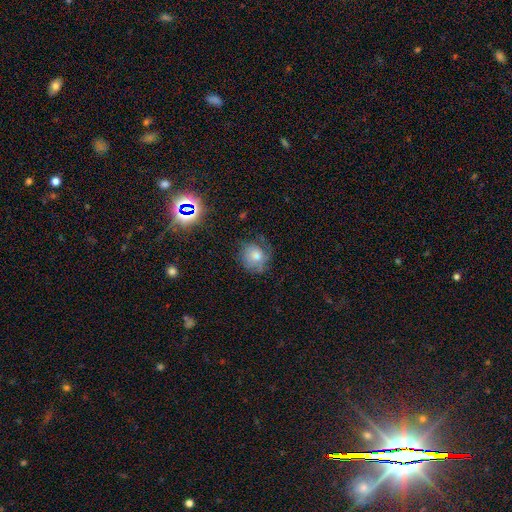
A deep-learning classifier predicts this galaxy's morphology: Smooth or featured?
  - smooth: 51% *
  - featured or disk: 34%
  - star or artifact: 15%
How rounded?
  - round: 83% *
  - in between: 16%
  - cigar-shaped: 1%
Merging?
  - none: 62% *
  - minor disturbance: 24%
  - major disturbance: 12%
  - merger: 2%